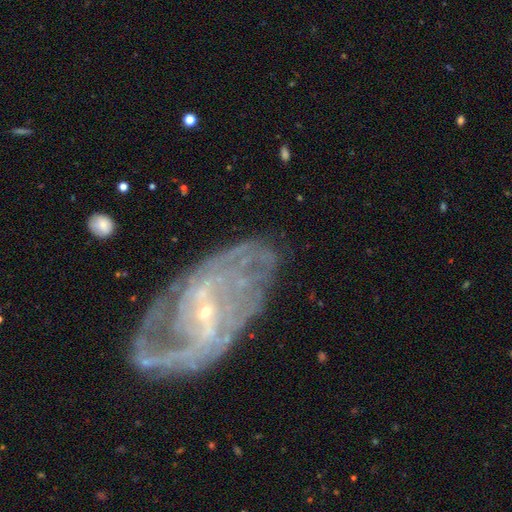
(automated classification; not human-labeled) Smooth or featured: featured or disk — 86% (star or artifact — 7%)
Edge-on disk: no — 95% (yes — 5%)
Bar: weak — 42% (no — 32%)
Spiral arms: yes — 91% (no — 9%)
Spiral winding: medium — 38% (tied with tight — 38%)
Spiral arm count: 2 — 37% (can't tell — 31%)
Bulge size: small — 87% (moderate — 9%)
Merging: none — 65% (minor disturbance — 19%)